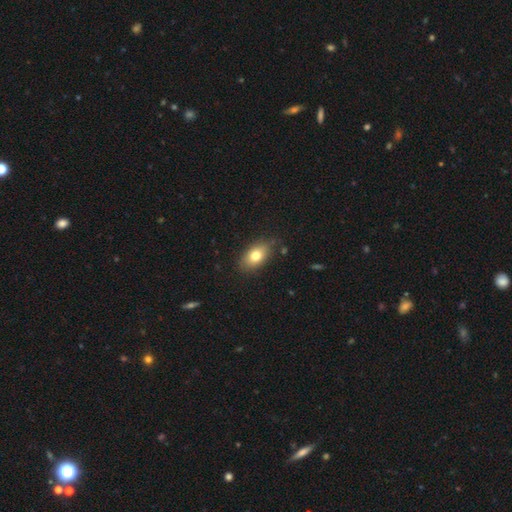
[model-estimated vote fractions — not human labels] Smooth or featured? Predicted: smooth (p=0.77). How rounded? Predicted: in between (p=0.87). Merging? Predicted: none (p=0.80).